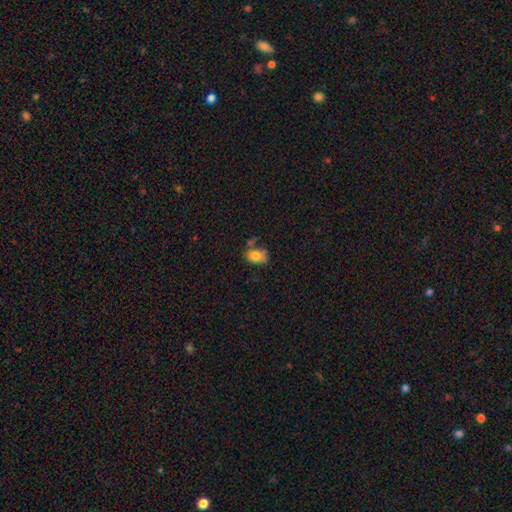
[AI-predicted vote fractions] The model was most divided on "merging": none: 44%, minor disturbance: 27%, merger: 18%, major disturbance: 12%. More confident: how rounded — in between (82%); smooth or featured — smooth (77%).